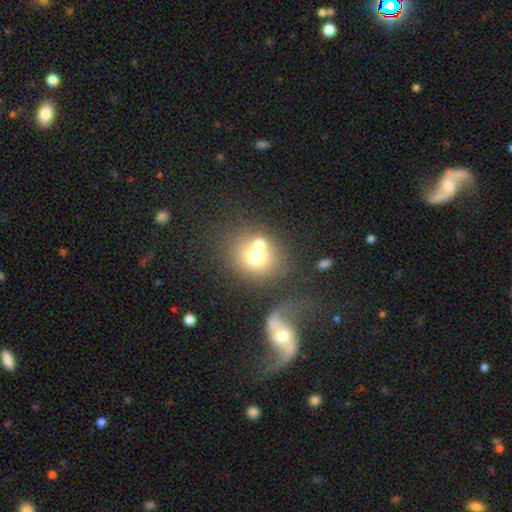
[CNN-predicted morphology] Smooth or featured: smooth — 67% (featured or disk — 22%)
How rounded: round — 71% (in between — 28%)
Merging: merger — 49% (none — 34%)